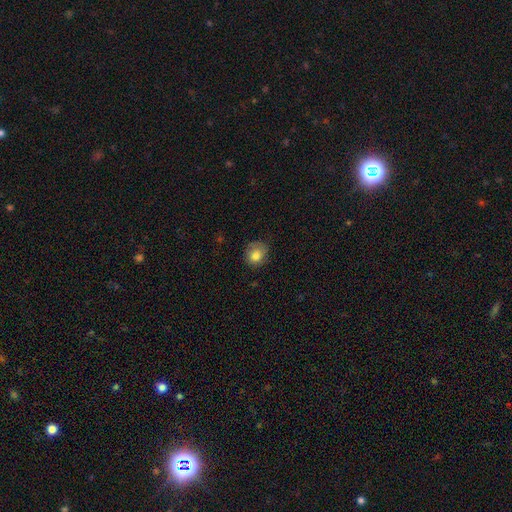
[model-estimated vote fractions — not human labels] smooth-or-featured: smooth: 80% | featured or disk: 11% | star or artifact: 9%
  how-rounded: round: 75% | in between: 24% | cigar-shaped: 1%
  merging: none: 67% | minor disturbance: 25% | major disturbance: 7% | merger: 1%